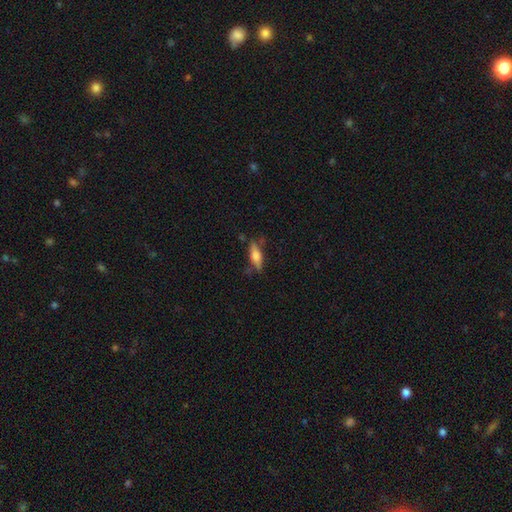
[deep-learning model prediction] Morphology: type=smooth (62%); roundness=cigar-shaped (50%); merging=none (70%).